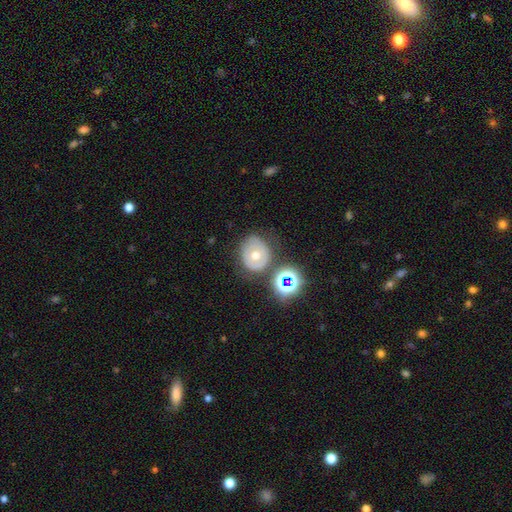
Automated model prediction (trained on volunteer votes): The model was most divided on "smooth or featured": smooth: 42%, featured or disk: 40%, star or artifact: 18%. More confident: merging — none (71%).